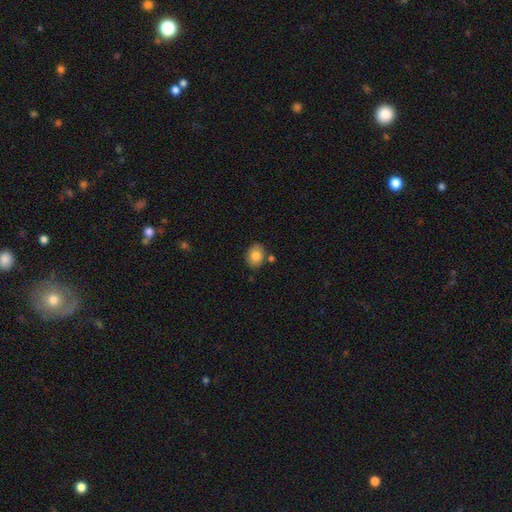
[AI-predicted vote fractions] This appears to be a smooth galaxy with no disk features (83%) that is in between round and cigar-shaped (56%). Merging: none (78%).